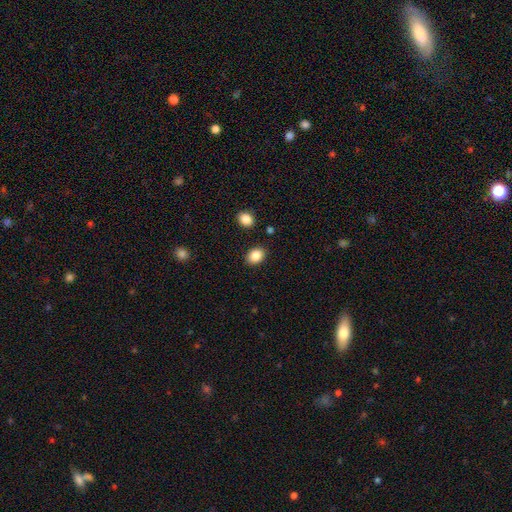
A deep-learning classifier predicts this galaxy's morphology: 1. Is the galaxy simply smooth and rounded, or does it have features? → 87% smooth, 9% star or artifact, 5% featured or disk.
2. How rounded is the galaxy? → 65% in between, 34% round, 1% cigar-shaped.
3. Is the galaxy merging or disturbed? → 87% none, 8% minor disturbance, 3% merger, 2% major disturbance.